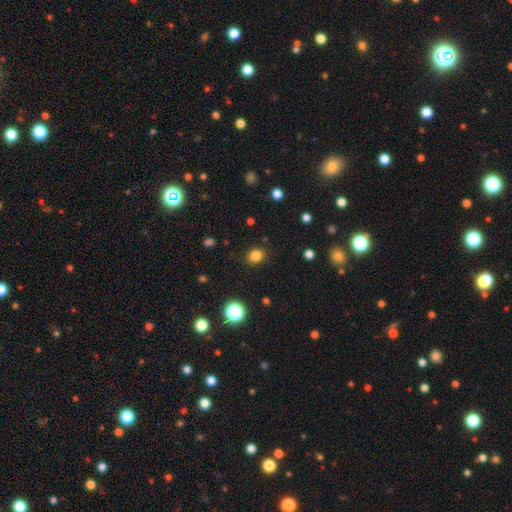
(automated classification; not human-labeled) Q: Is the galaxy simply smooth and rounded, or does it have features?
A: smooth — 82%.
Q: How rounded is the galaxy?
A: round — 64%.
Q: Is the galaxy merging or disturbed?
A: none — 88%.